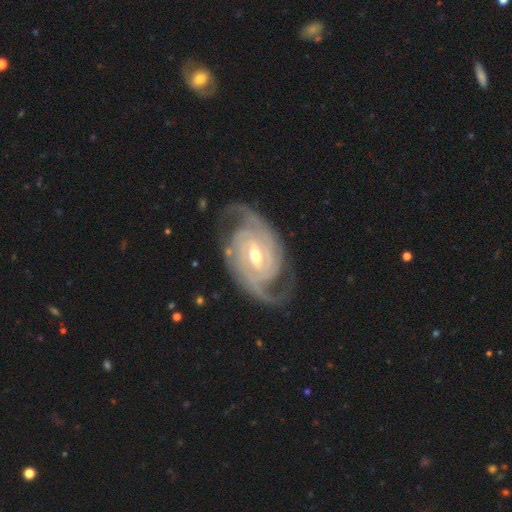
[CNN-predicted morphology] This is clearly a featured or disk galaxy (93%). It is clearly not viewed edge-on (97%). Bar: possibly weak (48%). Spiral arm pattern: clearly yes (98%). Spiral arm count: likely 2 (66%). Spiral winding: possibly tight (58%). Central bulge: likely moderate (63%). Merging: likely none (75%).